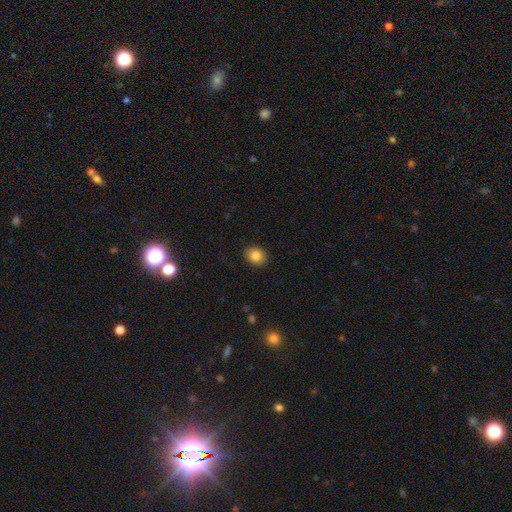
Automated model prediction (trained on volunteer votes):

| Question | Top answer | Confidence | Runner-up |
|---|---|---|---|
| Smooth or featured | smooth | 82% | featured or disk (9%) |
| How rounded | round | 52% | in between (47%) |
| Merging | none | 88% | minor disturbance (9%) |